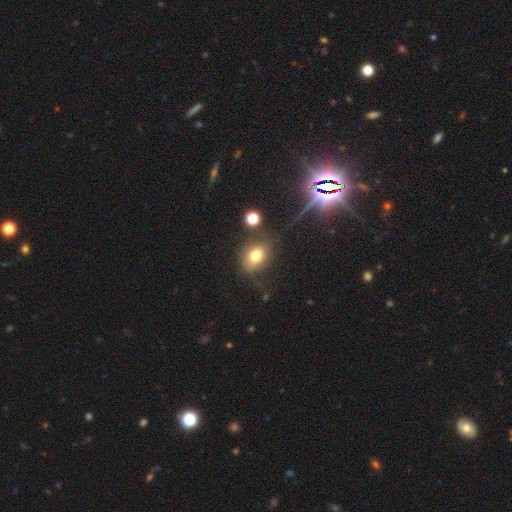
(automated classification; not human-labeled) The model was most divided on "how rounded": in between: 63%, round: 36%, cigar-shaped: 2%. More confident: smooth or featured — smooth (75%); merging — none (70%).